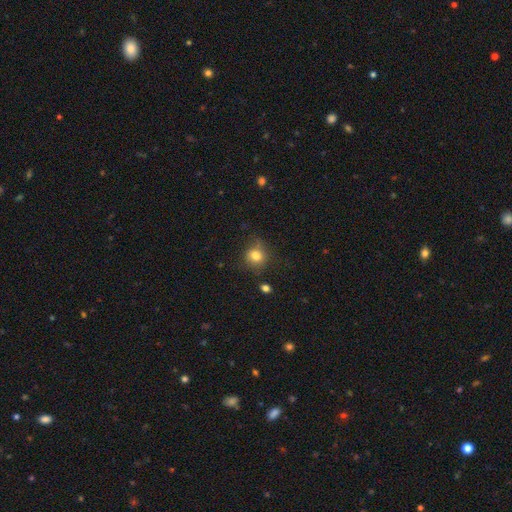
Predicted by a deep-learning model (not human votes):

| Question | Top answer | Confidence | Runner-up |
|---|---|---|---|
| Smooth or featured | smooth | 79% | star or artifact (12%) |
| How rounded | round | 82% | in between (17%) |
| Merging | none | 69% | minor disturbance (22%) |